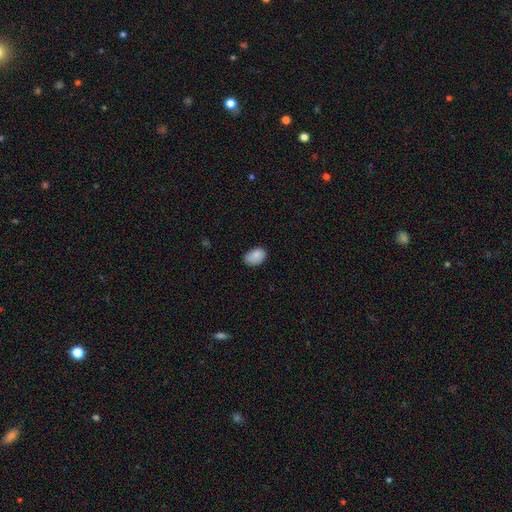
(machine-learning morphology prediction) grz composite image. It shows a smooth galaxy with no disk features (86%) that is in between round and cigar-shaped (86%). Merging: none (75%).